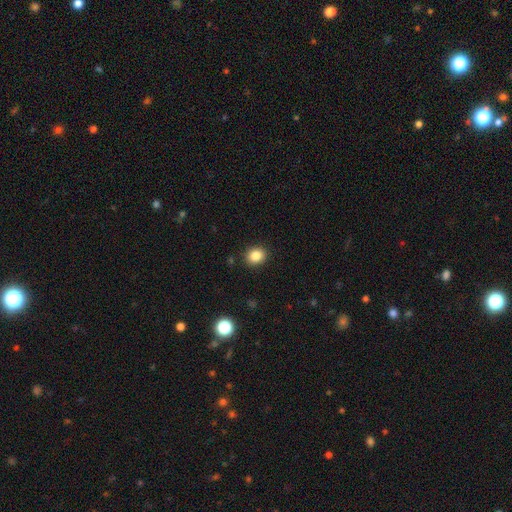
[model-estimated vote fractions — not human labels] smooth 84%, star or artifact 11%, featured or disk 5%. Down the decision tree: how rounded — round (64%); merging — none (90%).